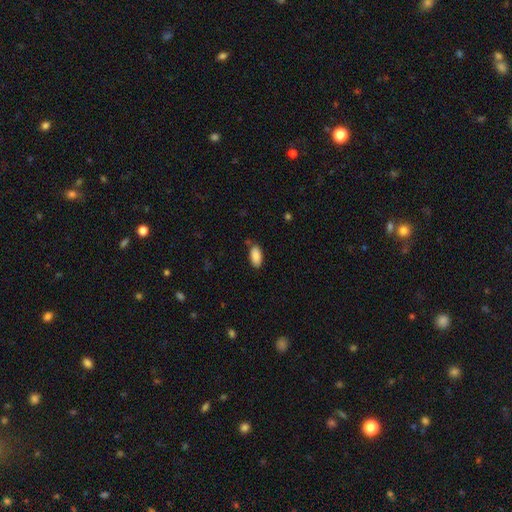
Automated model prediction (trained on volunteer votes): A smooth galaxy with no disk features (89%) that is in between round and cigar-shaped (92%).

Vote fractions:
- Smooth or featured? smooth: 89% / star or artifact: 7% / featured or disk: 4%
- How rounded? in between: 92% / cigar-shaped: 6% / round: 2%
- Merging? none: 80% / minor disturbance: 14% / merger: 3% / major disturbance: 3%